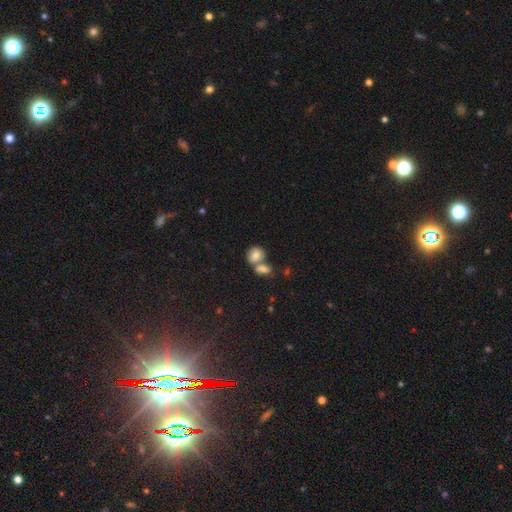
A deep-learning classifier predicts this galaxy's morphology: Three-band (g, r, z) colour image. It shows a smooth galaxy with no disk features (80%) that is round (58%). Merging: merger (49%).